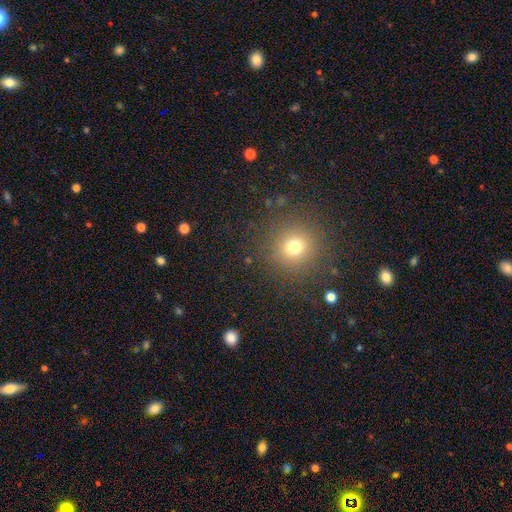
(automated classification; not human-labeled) The model was most divided on "smooth or featured": smooth: 56%, star or artifact: 37%, featured or disk: 7%. More confident: how rounded — round (94%); merging — none (90%).